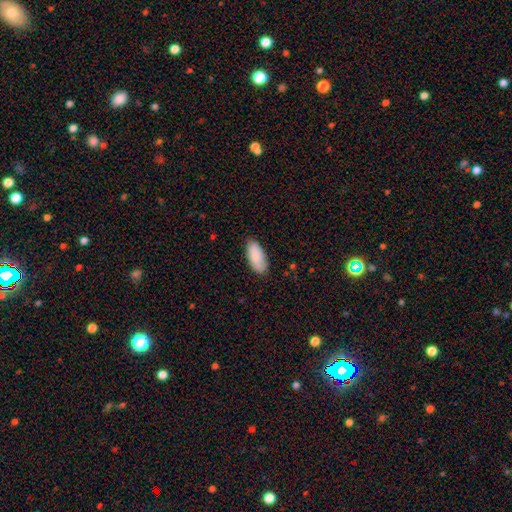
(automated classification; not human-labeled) A smooth galaxy with no disk features (89%) that is in between round and cigar-shaped (88%).

Vote fractions:
- Smooth or featured? smooth: 89% / star or artifact: 6% / featured or disk: 5%
- How rounded? in between: 88% / cigar-shaped: 11% / round: 2%
- Merging? none: 83% / minor disturbance: 14% / major disturbance: 2% / merger: 1%